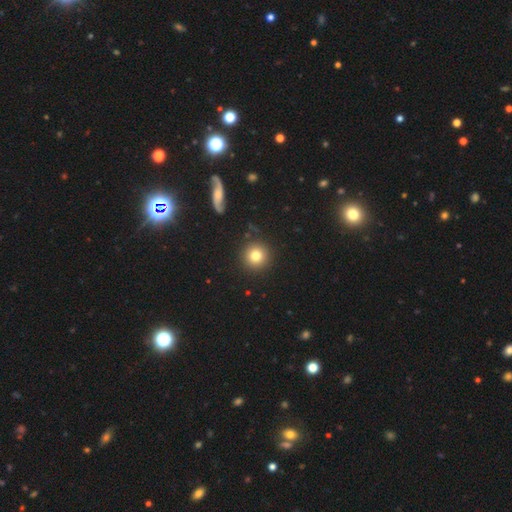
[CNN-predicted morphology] The model was most divided on "smooth or featured": smooth: 81%, star or artifact: 11%, featured or disk: 8%. More confident: how rounded — round (95%); merging — none (90%).